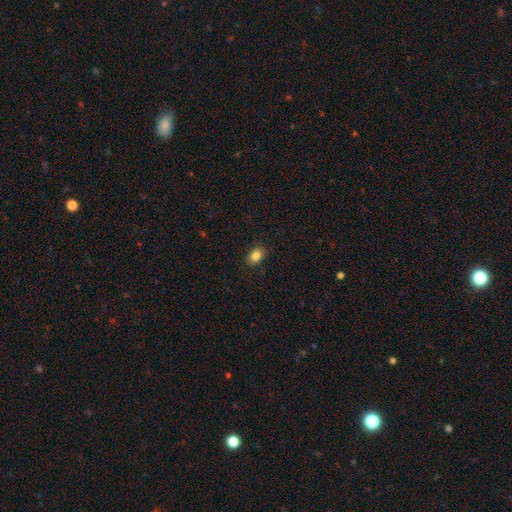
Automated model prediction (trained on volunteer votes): The model was most divided on "how rounded": in between: 69%, round: 30%, cigar-shaped: 1%. More confident: merging — none (87%); smooth or featured — smooth (85%).